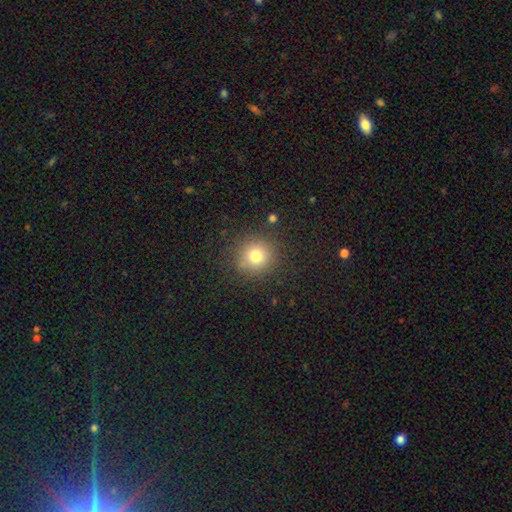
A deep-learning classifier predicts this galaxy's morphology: A smooth galaxy with no disk features (77%) that is round (91%).

Vote fractions:
- Smooth or featured? smooth: 77% / star or artifact: 14% / featured or disk: 9%
- How rounded? round: 91% / in between: 8% / cigar-shaped: 1%
- Merging? none: 85% / minor disturbance: 9% / major disturbance: 4% / merger: 2%